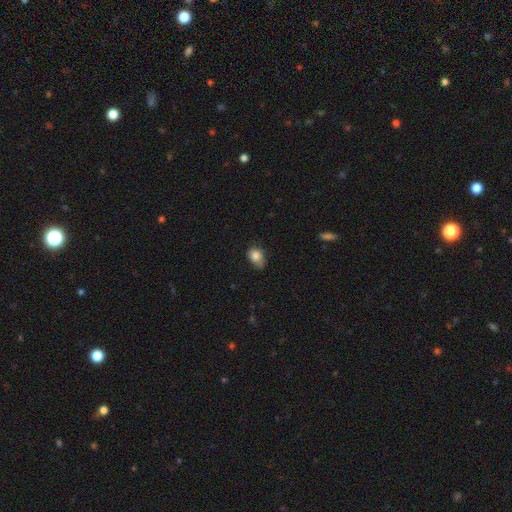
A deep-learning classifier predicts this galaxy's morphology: smooth_or_featured: smooth (p=0.81) [alt: featured or disk p=0.10]
how_rounded: in between (p=0.56) [alt: round p=0.43]
merging: none (p=0.46) [alt: minor disturbance p=0.40]